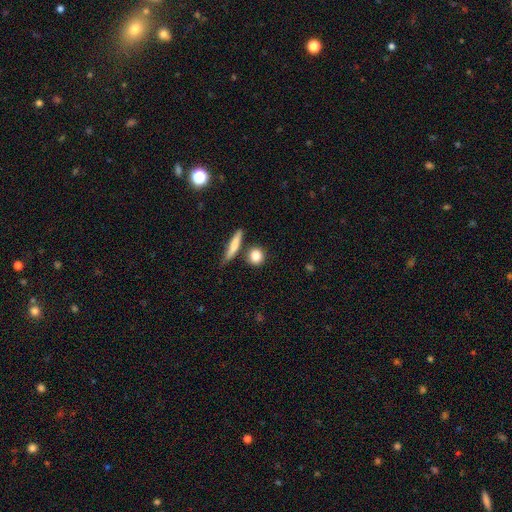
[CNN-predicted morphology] Smooth or featured? Predicted: smooth (p=0.83). How rounded? Predicted: round (p=0.75). Merging? Predicted: none (p=0.75).